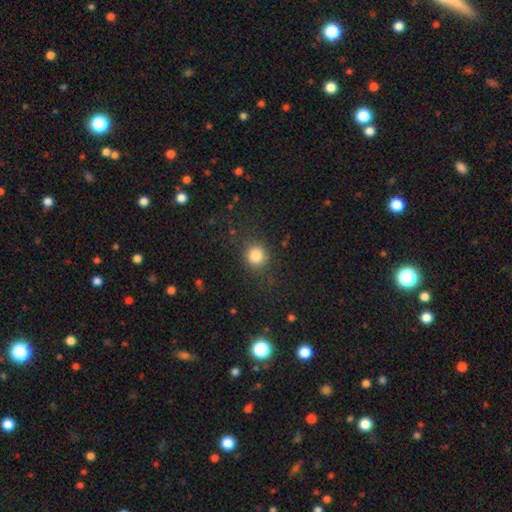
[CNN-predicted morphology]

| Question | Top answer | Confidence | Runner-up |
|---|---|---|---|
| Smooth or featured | smooth | 83% | star or artifact (12%) |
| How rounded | round | 87% | in between (12%) |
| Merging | none | 84% | minor disturbance (10%) |